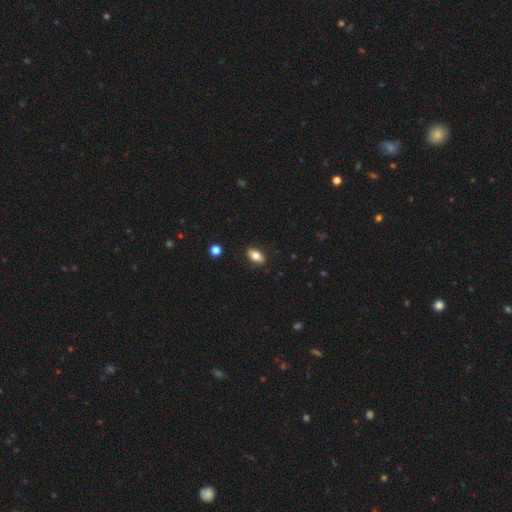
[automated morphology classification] A smooth galaxy with no disk features (78%) that is in between round and cigar-shaped (88%). Merging: none (88%).